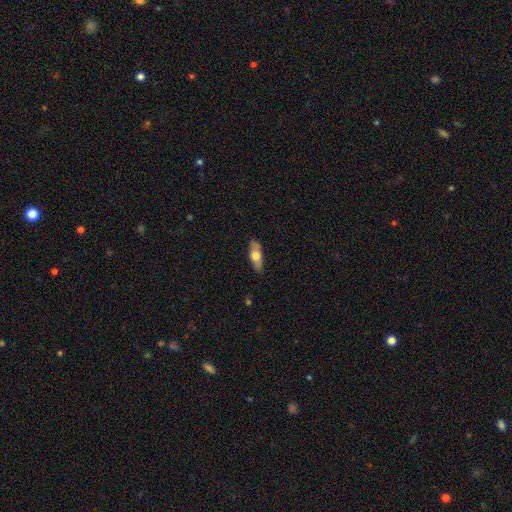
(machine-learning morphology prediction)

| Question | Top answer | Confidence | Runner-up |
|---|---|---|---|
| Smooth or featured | smooth | 57% | featured or disk (37%) |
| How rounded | in between | 66% | cigar-shaped (31%) |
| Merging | none | 83% | minor disturbance (13%) |